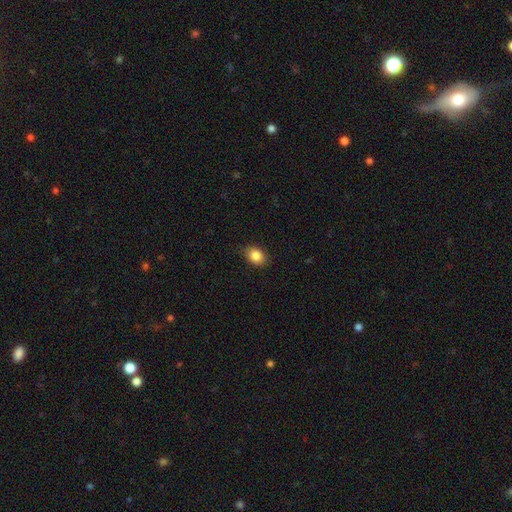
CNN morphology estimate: This appears to be a smooth galaxy with no disk features (86%) that is in between round and cigar-shaped (70%). Merging: none (84%).